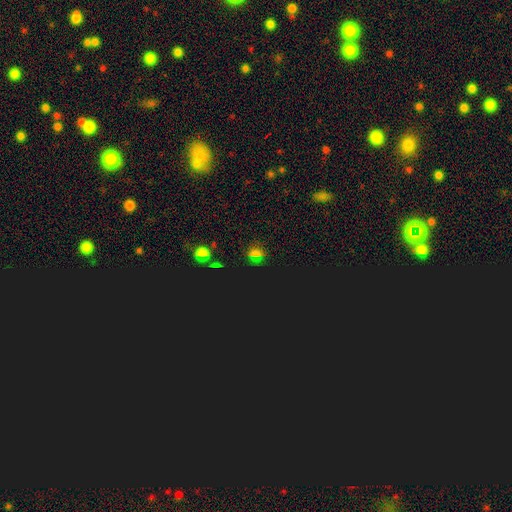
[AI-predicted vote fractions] Morphology: type=star or artifact (58%).